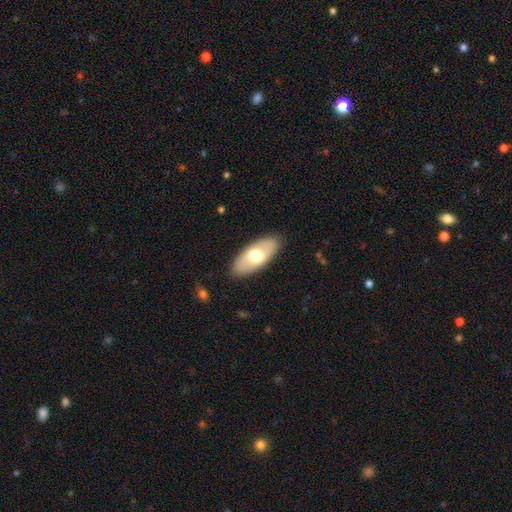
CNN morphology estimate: A smooth galaxy with no disk features (59%) that is in between round and cigar-shaped (88%). Merging: none (87%).